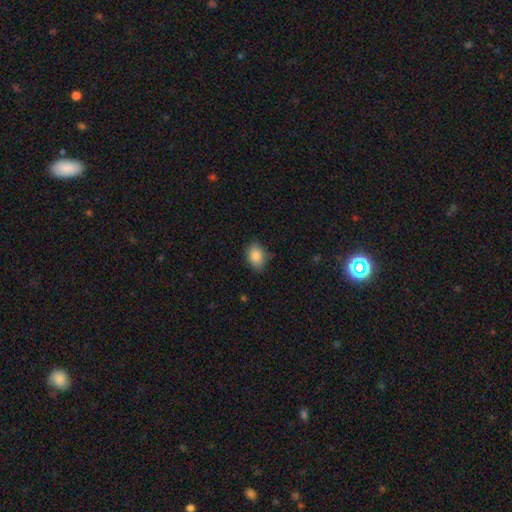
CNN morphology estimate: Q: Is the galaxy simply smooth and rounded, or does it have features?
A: smooth — 87%.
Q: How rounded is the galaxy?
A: in between — 80%.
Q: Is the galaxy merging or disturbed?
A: none — 78%.